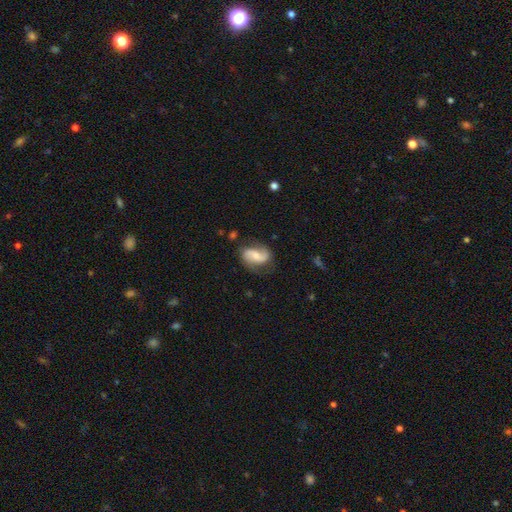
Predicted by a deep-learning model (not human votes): The model was most divided on "bulge size": small: 40%, moderate: 36%, none: 15%, large: 8%, dominant: 2%. Remaining: edge-on disk — no (97%); spiral arms — yes (94%); spiral arm count — 2 (83%); smooth or featured — featured or disk (74%); merging — none (67%); bar — no (46%); spiral winding — loose (45%).